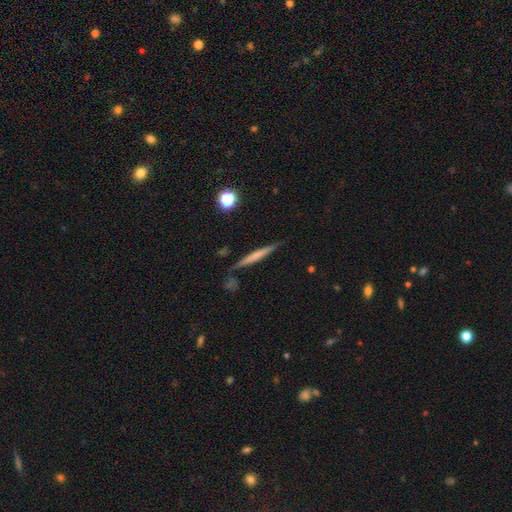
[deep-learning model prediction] smooth_or_featured: smooth (p=0.47) [alt: featured or disk p=0.46]
merging: none (p=0.83) [alt: minor disturbance p=0.11]